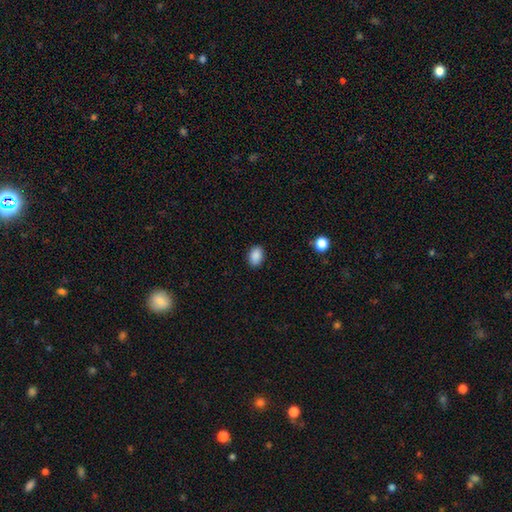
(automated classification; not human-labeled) This is clearly a smooth galaxy (89%). How rounded: likely in between (79%). Merging: clearly none (89%).